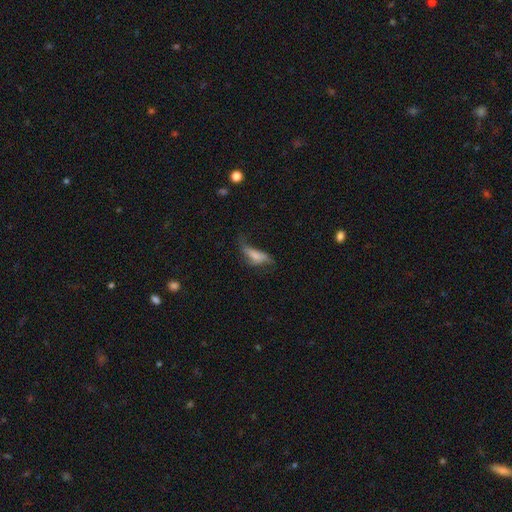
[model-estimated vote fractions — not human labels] The model was most divided on "merging": major disturbance: 41%, none: 29%, minor disturbance: 26%, merger: 4%. More confident: how rounded — in between (65%); smooth or featured — smooth (56%).